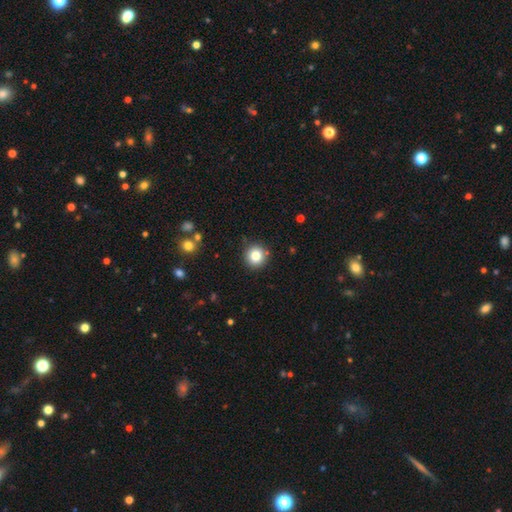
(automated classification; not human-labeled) The model was most divided on "smooth or featured": smooth: 82%, star or artifact: 11%, featured or disk: 7%. More confident: how rounded — round (94%); merging — none (89%).